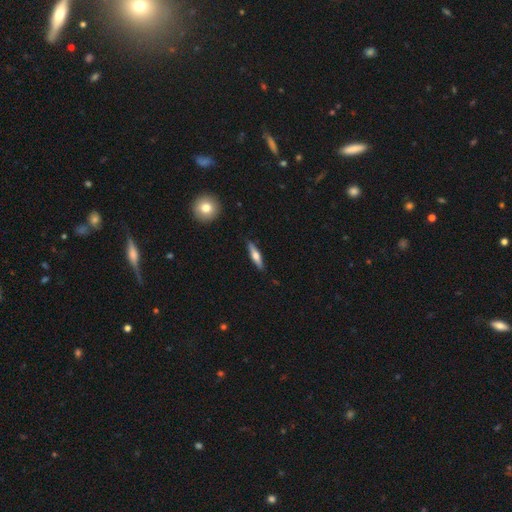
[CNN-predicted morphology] This is possibly a featured or disk galaxy (50%). It is clearly viewed edge-on (95%). Merging: clearly none (89%).